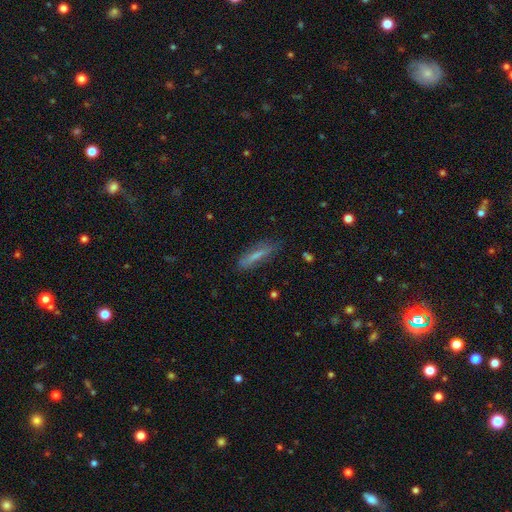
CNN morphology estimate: This appears to be a smooth galaxy with no disk features (64%) that is cigar-shaped (79%). Merging: none (76%).